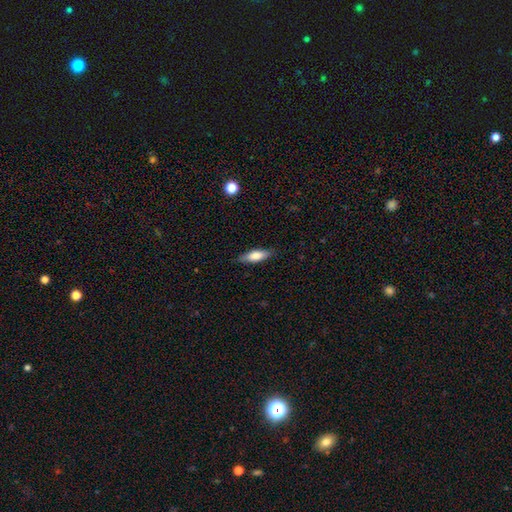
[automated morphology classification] Q: Smooth or featured?
A: smooth (74%); runner-up: featured or disk (20%)
Q: How rounded?
A: in between (59%); runner-up: cigar-shaped (39%)
Q: Merging?
A: none (83%); runner-up: minor disturbance (13%)